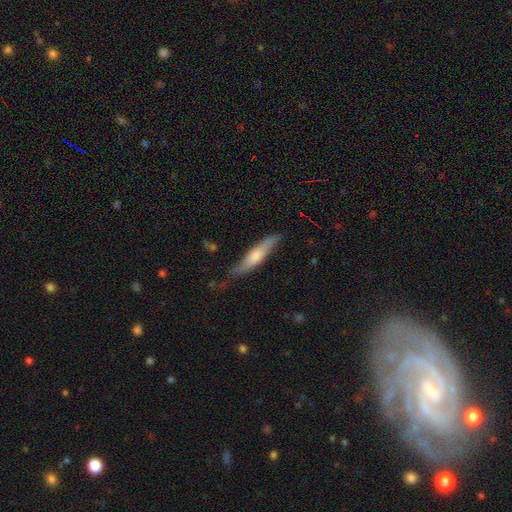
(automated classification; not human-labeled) Smooth or featured: smooth — 59% (featured or disk — 35%)
How rounded: cigar-shaped — 81% (in between — 17%)
Merging: none — 65% (minor disturbance — 27%)